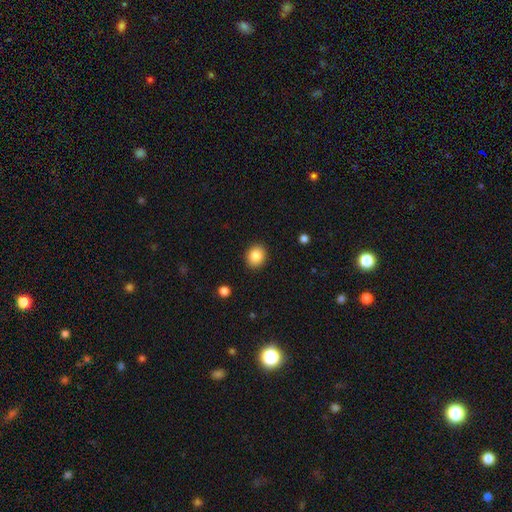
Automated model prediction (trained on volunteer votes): Morphology: type=smooth (86%); roundness=round (64%); merging=none (90%).